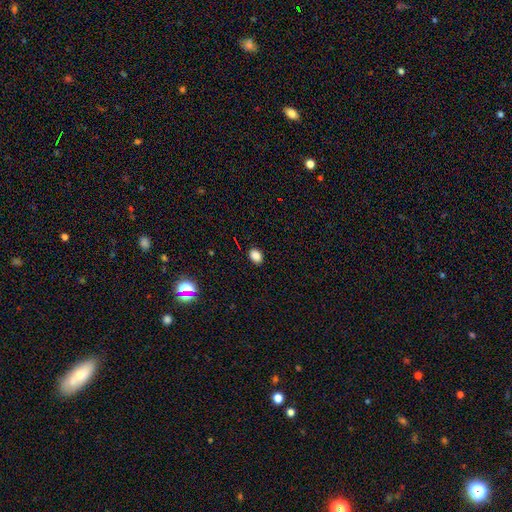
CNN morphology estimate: type=smooth (84%); roundness=in between (73%); merging=none (88%).